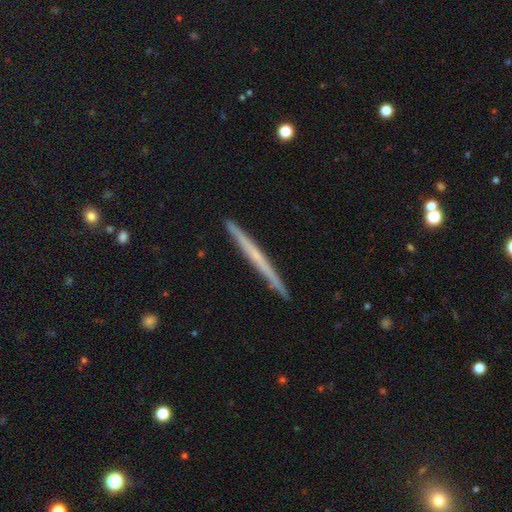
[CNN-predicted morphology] Smooth or featured? featured or disk (53%)
Edge-on disk? yes (98%)
Edge-on bulge? none (84%)
Merging? none (92%)